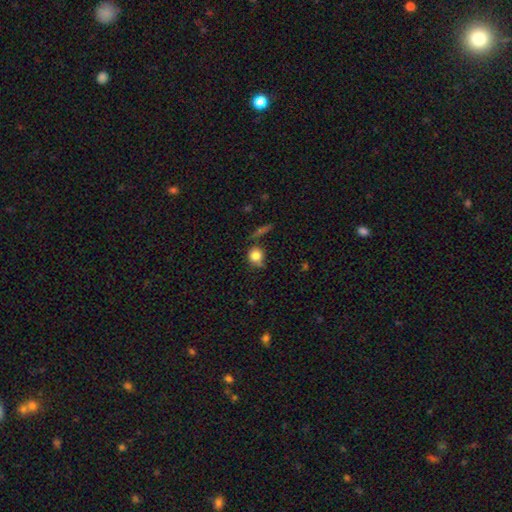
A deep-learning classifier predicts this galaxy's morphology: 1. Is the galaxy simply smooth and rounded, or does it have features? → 80% smooth, 11% star or artifact, 9% featured or disk.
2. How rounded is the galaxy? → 84% round, 14% in between, 2% cigar-shaped.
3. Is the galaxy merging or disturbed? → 66% none, 20% minor disturbance, 8% merger, 6% major disturbance.